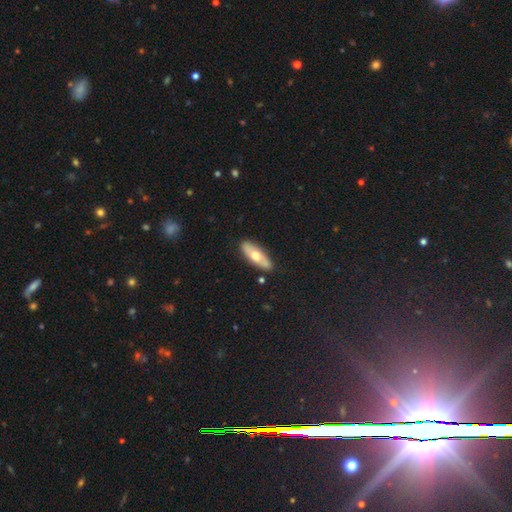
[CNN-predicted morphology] smooth-or-featured: smooth: 54% | featured or disk: 40% | star or artifact: 5%
  how-rounded: in between: 60% | cigar-shaped: 37% | round: 3%
  merging: none: 85% | minor disturbance: 11% | merger: 2% | major disturbance: 2%